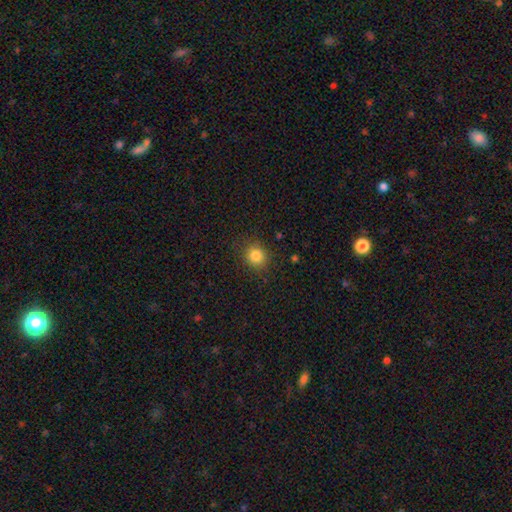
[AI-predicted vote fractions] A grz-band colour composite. It shows a smooth galaxy with no disk features (83%) that is round (82%). Merging: none (88%).